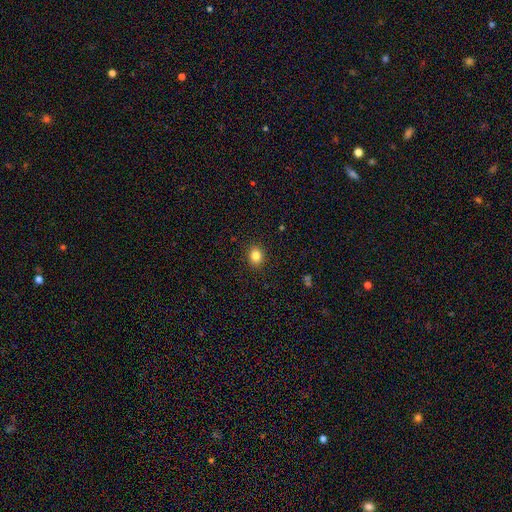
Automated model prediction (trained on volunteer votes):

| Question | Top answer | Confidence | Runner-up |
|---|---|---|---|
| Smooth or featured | smooth | 83% | star or artifact (11%) |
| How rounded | round | 60% | in between (39%) |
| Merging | none | 90% | minor disturbance (7%) |